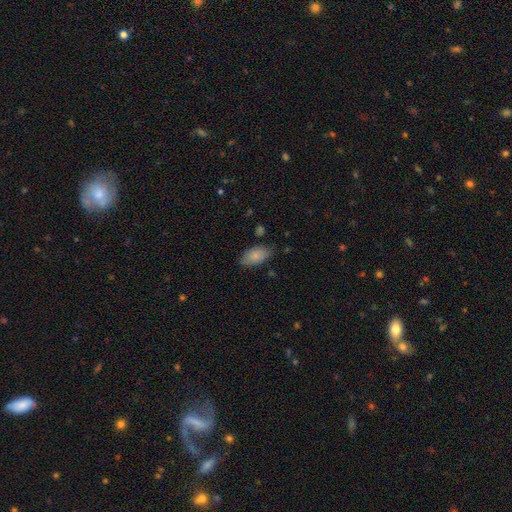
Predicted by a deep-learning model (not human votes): Q: Smooth or featured?
A: smooth (83%); runner-up: featured or disk (10%)
Q: How rounded?
A: in between (93%); runner-up: cigar-shaped (3%)
Q: Merging?
A: none (72%); runner-up: minor disturbance (22%)